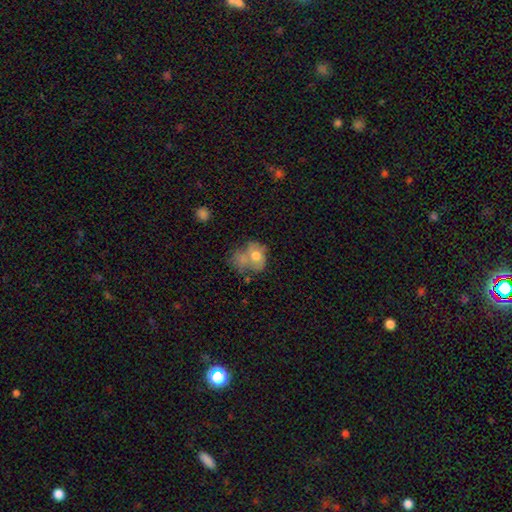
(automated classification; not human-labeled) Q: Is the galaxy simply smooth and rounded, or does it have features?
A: smooth — 56%.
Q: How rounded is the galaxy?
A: round — 51%.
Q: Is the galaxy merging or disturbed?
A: merger — 34%.